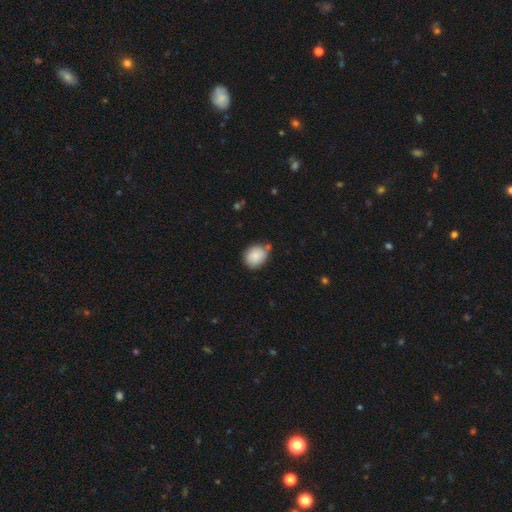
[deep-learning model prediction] smooth 87%, star or artifact 7%, featured or disk 6%. Down the decision tree: how rounded — round (54%); merging — none (68%).